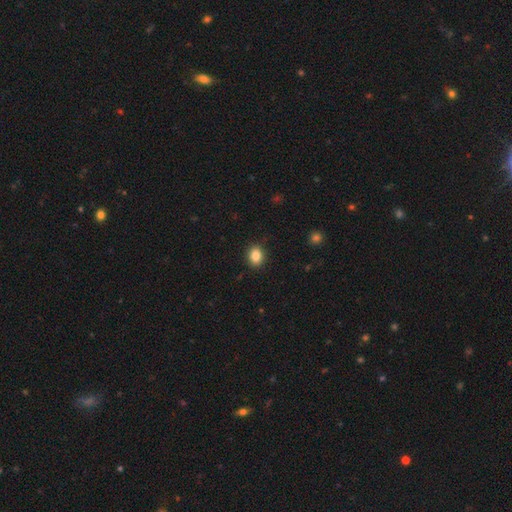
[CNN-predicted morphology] smooth_or_featured: smooth (p=0.85) [alt: star or artifact p=0.10]
how_rounded: round (p=0.54) [alt: in between p=0.45]
merging: none (p=0.90) [alt: minor disturbance p=0.07]